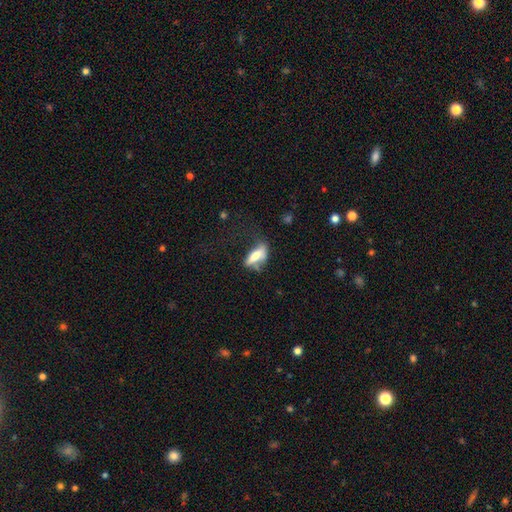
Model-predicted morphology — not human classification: smooth 57%, featured or disk 34%, star or artifact 8%. Down the decision tree: how rounded — in between (59%); merging — none (35%).